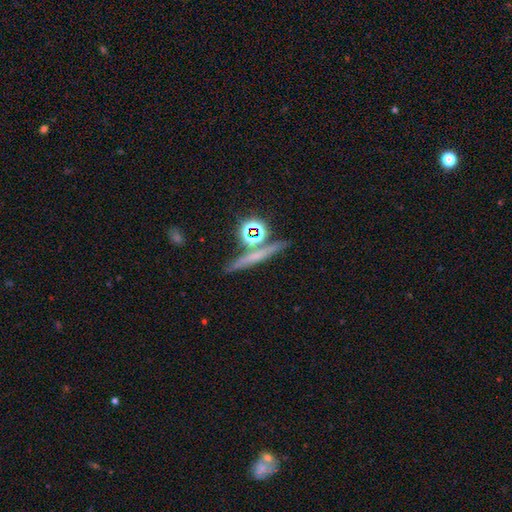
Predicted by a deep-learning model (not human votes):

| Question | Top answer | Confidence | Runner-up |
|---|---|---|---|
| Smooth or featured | smooth | 40% | featured or disk (31%) |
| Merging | none | 76% | merger (11%) |